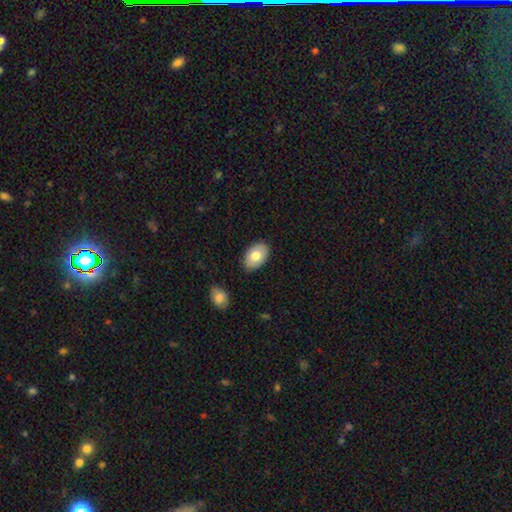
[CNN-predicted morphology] This is likely a smooth galaxy (76%). How rounded: clearly in between (89%). Merging: clearly none (86%).